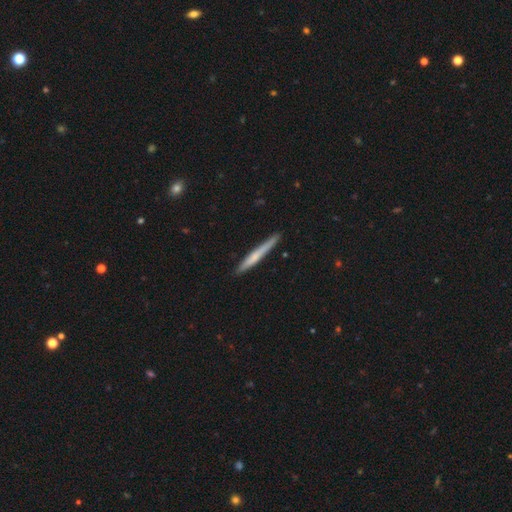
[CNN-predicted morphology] Smooth or featured: smooth — 54% (featured or disk — 40%)
How rounded: cigar-shaped — 97% (in between — 2%)
Merging: none — 89% (minor disturbance — 8%)